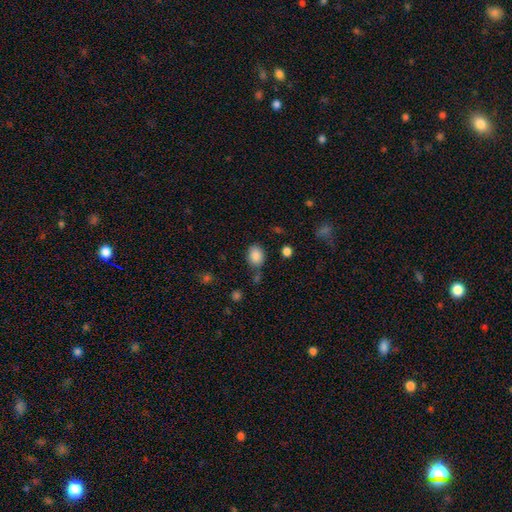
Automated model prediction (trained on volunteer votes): Q: Smooth or featured?
A: smooth (87%); runner-up: star or artifact (9%)
Q: How rounded?
A: in between (60%); runner-up: round (39%)
Q: Merging?
A: none (73%); runner-up: minor disturbance (16%)